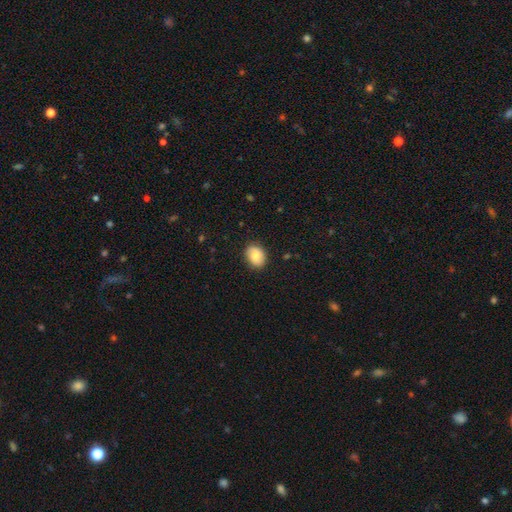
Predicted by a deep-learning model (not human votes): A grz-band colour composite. It shows a smooth galaxy with no disk features (79%) that is in between round and cigar-shaped (57%). Merging: none (84%).